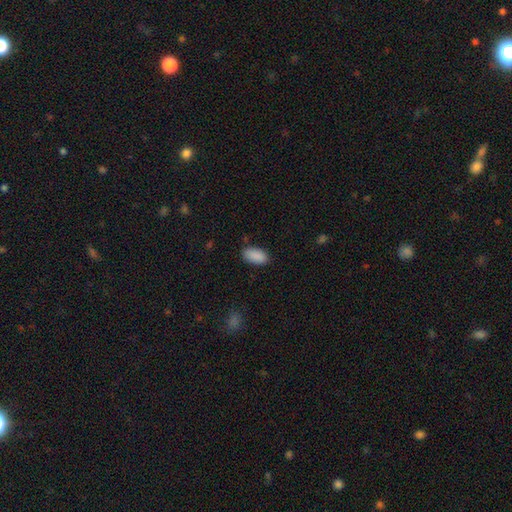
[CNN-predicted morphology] Overall: smooth (90%). How rounded: in between (94%). Merging: none (84%).